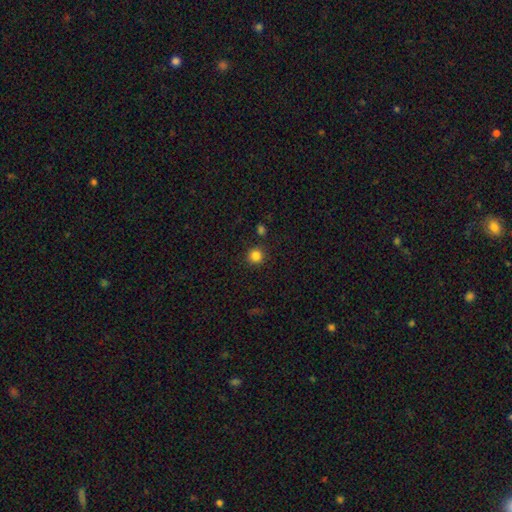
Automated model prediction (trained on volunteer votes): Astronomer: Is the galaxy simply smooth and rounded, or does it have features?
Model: smooth — 84%.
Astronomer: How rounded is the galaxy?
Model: round — 94%.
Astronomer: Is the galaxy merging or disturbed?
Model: none — 90%.